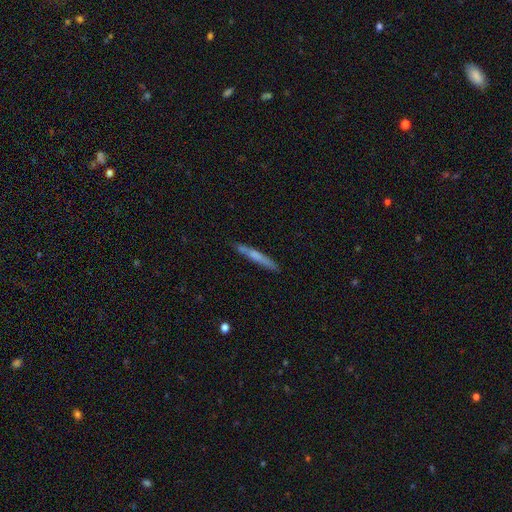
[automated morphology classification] Smooth or featured? smooth (55%)
How rounded? cigar-shaped (95%)
Merging? none (82%)